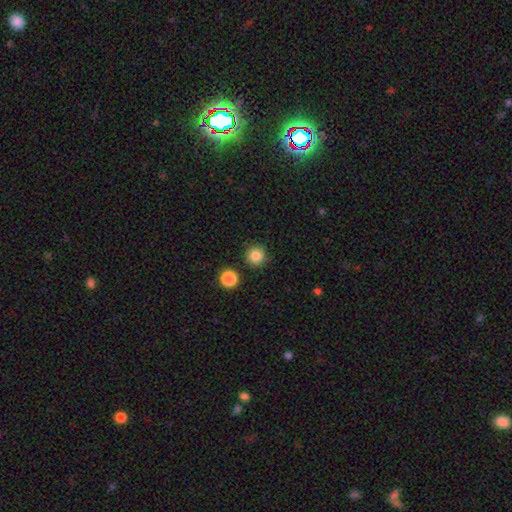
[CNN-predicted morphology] The model was most divided on "smooth or featured": smooth: 85%, star or artifact: 11%, featured or disk: 4%. More confident: how rounded — round (95%); merging — none (89%).